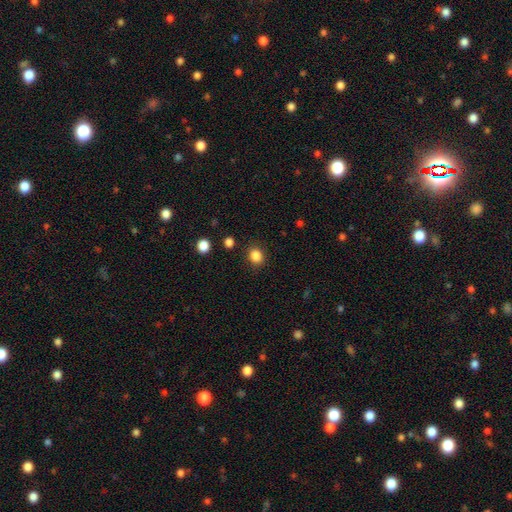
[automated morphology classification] Smooth or featured? Predicted: smooth (p=0.85). How rounded? Predicted: round (p=0.65). Merging? Predicted: none (p=0.87).